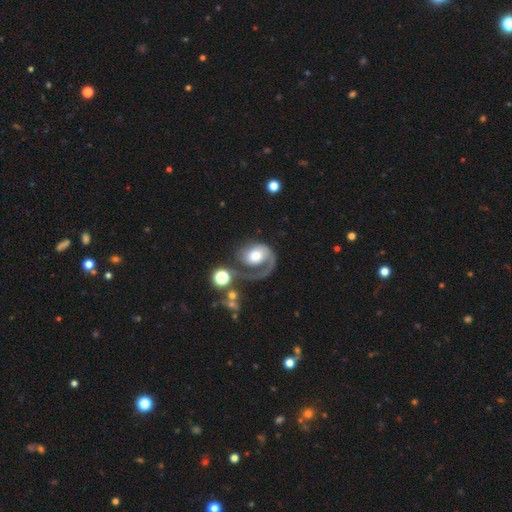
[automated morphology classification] featured or disk 71%, smooth 22%, star or artifact 7%. Down the decision tree: edge-on disk — no (98%); bar — no (73%); spiral arms — yes (88%); spiral arm count — 1 (85%); spiral winding — tight (37%); bulge size — moderate (44%); merging — major disturbance (40%).